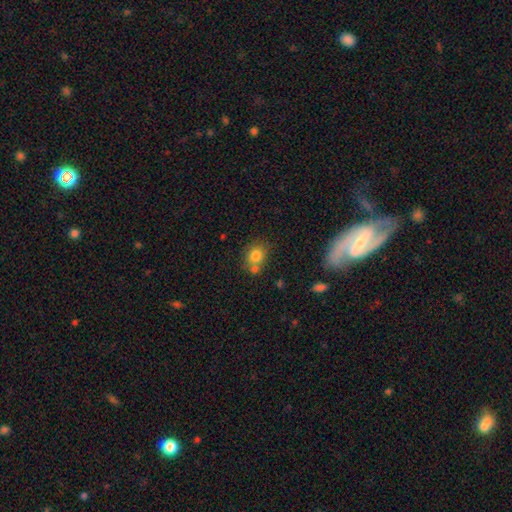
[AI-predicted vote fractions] This appears to be a smooth galaxy with no disk features (81%) that is round (69%). Merging: none (57%).